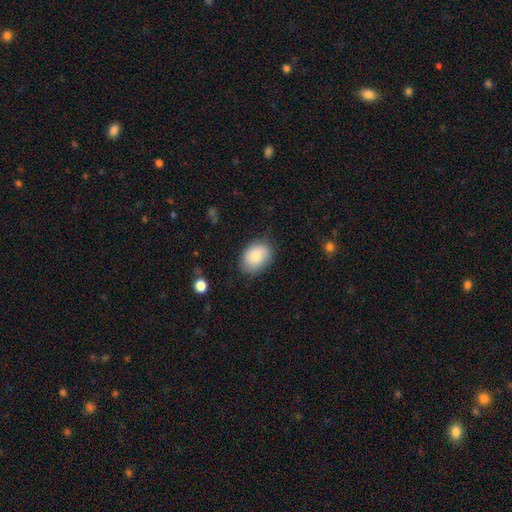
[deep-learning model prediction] The model was most divided on "how rounded": in between: 73%, round: 27%, cigar-shaped: 1%. More confident: smooth or featured — smooth (83%); merging — none (78%).